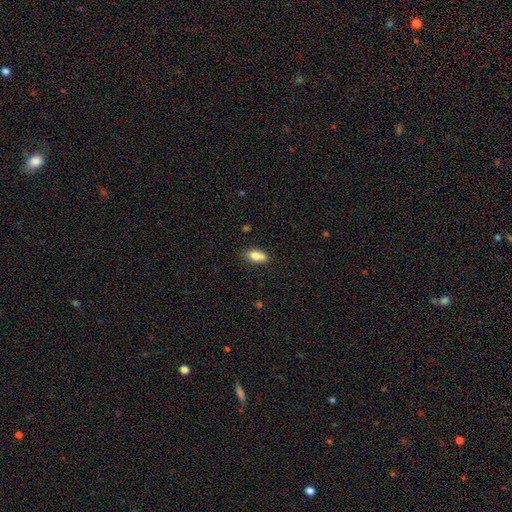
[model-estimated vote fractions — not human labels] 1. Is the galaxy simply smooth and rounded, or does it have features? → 75% smooth, 16% featured or disk, 9% star or artifact.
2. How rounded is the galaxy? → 82% in between, 12% round, 6% cigar-shaped.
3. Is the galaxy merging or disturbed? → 48% none, 28% merger, 19% minor disturbance, 5% major disturbance.